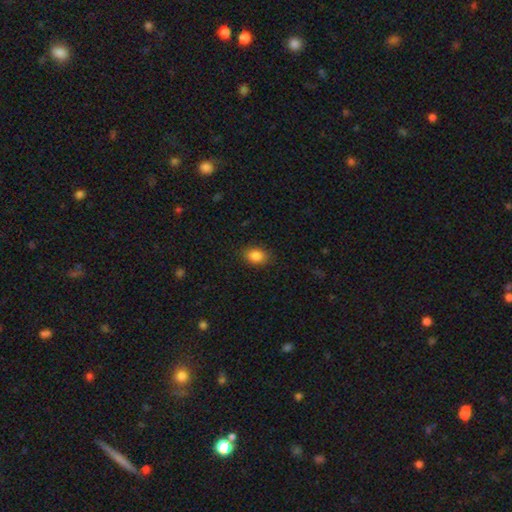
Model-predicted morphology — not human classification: smooth 85%, star or artifact 9%, featured or disk 6%. Down the decision tree: how rounded — in between (78%); merging — none (85%).